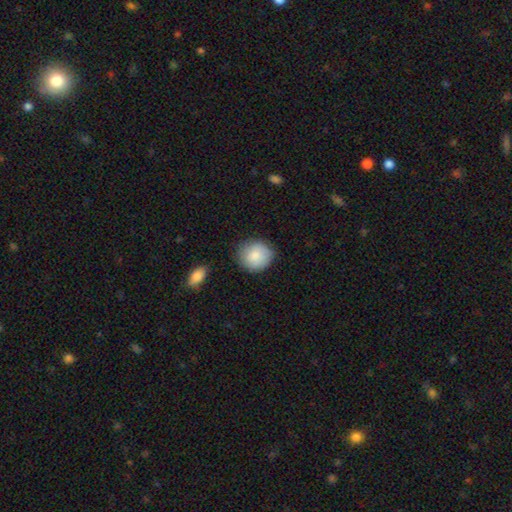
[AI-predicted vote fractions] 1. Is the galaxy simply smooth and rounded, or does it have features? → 86% smooth, 8% featured or disk, 6% star or artifact.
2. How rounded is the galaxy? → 88% round, 11% in between, 1% cigar-shaped.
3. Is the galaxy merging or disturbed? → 81% none, 14% minor disturbance, 3% major disturbance, 2% merger.